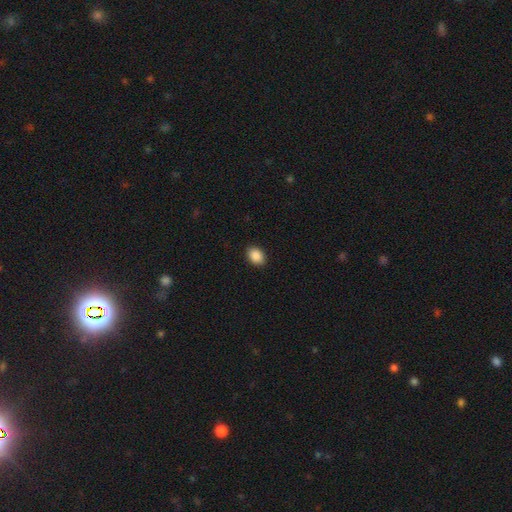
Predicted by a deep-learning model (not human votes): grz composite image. It shows a smooth galaxy with no disk features (89%) that is in between round and cigar-shaped (70%). Merging: none (91%).